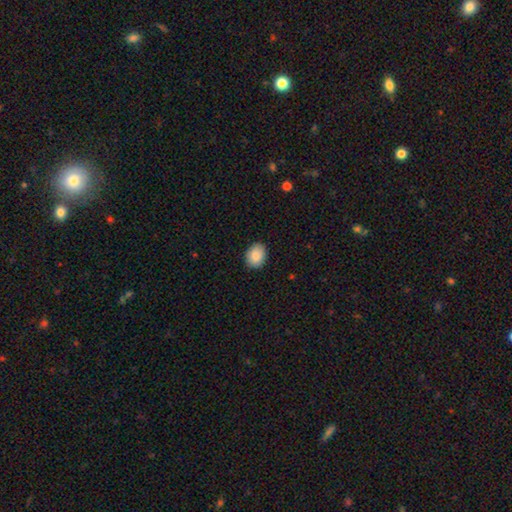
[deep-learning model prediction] Smooth or featured? Predicted: smooth (p=0.88). How rounded? Predicted: in between (p=0.64). Merging? Predicted: none (p=0.88).